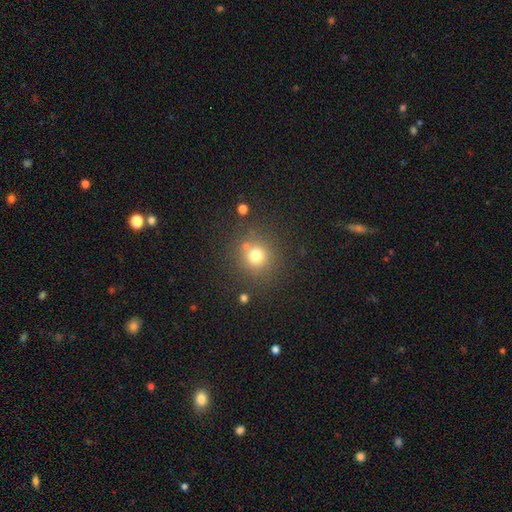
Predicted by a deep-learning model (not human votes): Smooth or featured? smooth (73%)
How rounded? round (91%)
Merging? none (79%)